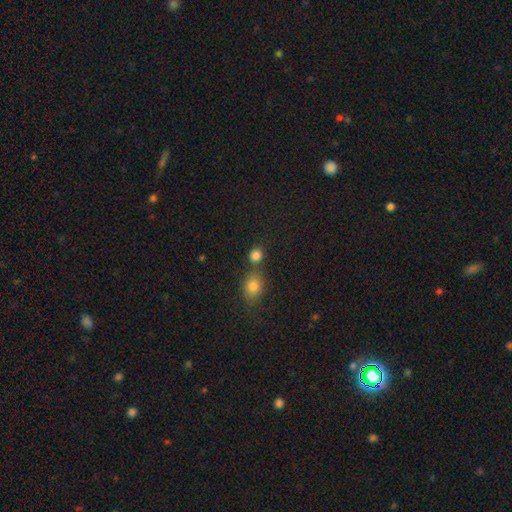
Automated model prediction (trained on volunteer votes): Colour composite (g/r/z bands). It shows a smooth galaxy with no disk features (83%) that is round (77%). Merging: none (62%).